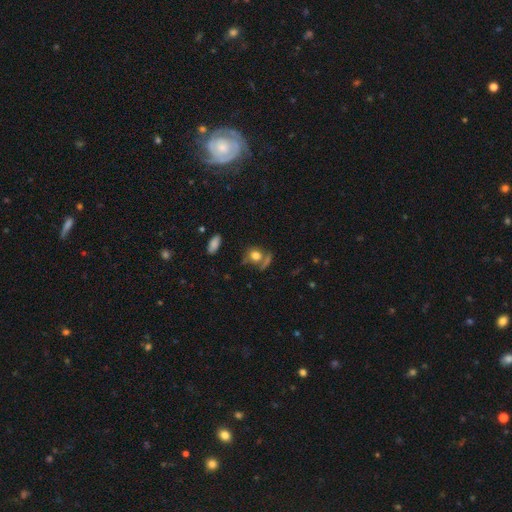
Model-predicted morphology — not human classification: This appears to be a smooth galaxy with no disk features (69%) that is round (70%). Merging: none (52%).